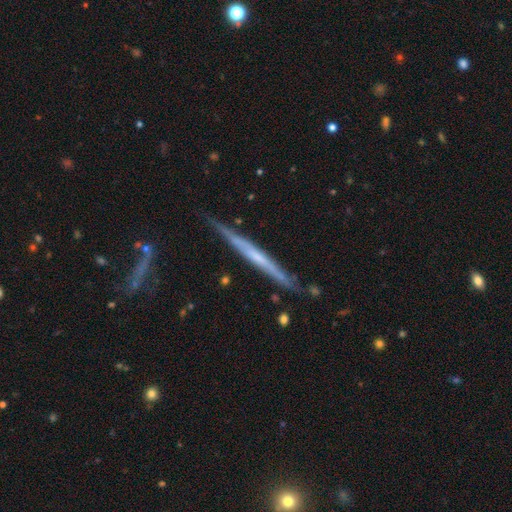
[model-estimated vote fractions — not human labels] Q: Smooth or featured?
A: featured or disk (66%); runner-up: smooth (28%)
Q: Edge-on disk?
A: yes (96%); runner-up: no (4%)
Q: Edge-on bulge?
A: none (74%); runner-up: rounded (19%)
Q: Merging?
A: none (82%); runner-up: minor disturbance (13%)